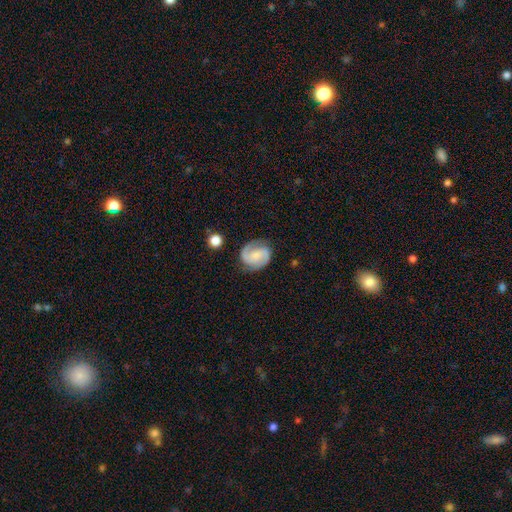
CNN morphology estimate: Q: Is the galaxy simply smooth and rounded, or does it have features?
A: featured or disk — 79%.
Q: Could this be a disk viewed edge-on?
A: no — 98%.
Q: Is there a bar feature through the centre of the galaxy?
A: no — 46%.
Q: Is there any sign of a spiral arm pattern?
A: yes — 96%.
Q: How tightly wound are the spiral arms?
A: medium — 49%.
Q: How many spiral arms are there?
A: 2 — 87%.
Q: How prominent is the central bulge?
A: small — 45%.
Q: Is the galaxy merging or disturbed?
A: none — 77%.